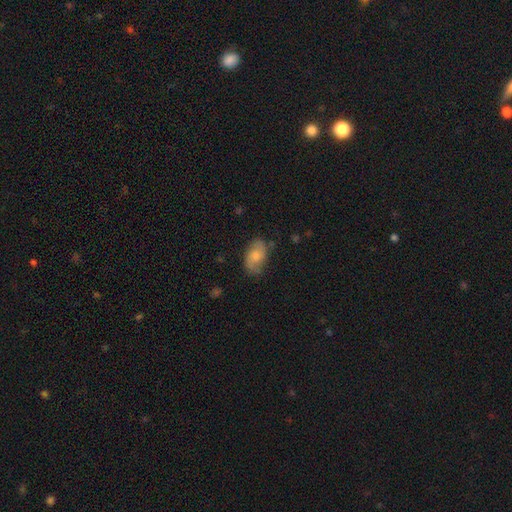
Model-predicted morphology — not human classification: The model was most divided on "smooth or featured": smooth: 66%, featured or disk: 27%, star or artifact: 7%. More confident: how rounded — in between (91%); merging — none (72%).